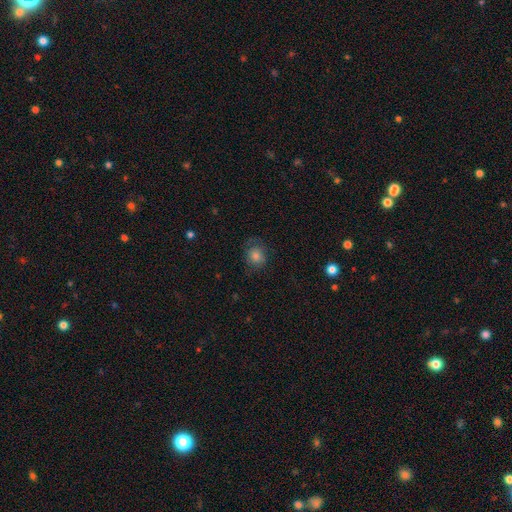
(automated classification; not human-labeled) A smooth galaxy with no disk features (74%) that is round (73%). Merging: none (70%).